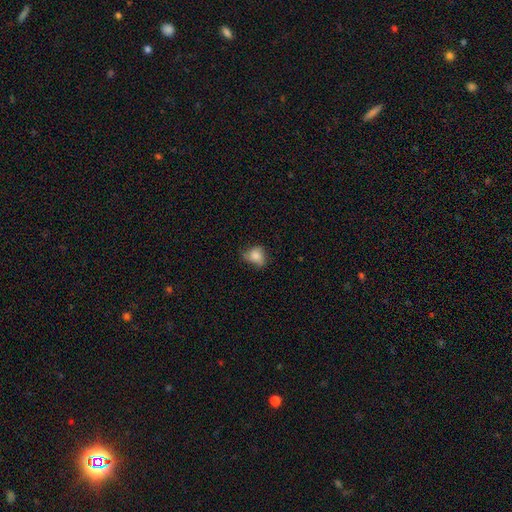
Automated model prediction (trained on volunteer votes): A smooth galaxy with no disk features (78%) that is round (53%).

Vote fractions:
- Smooth or featured? smooth: 78% / featured or disk: 13% / star or artifact: 9%
- How rounded? round: 53% / in between: 46% / cigar-shaped: 1%
- Merging? none: 49% / minor disturbance: 36% / major disturbance: 14% / merger: 2%